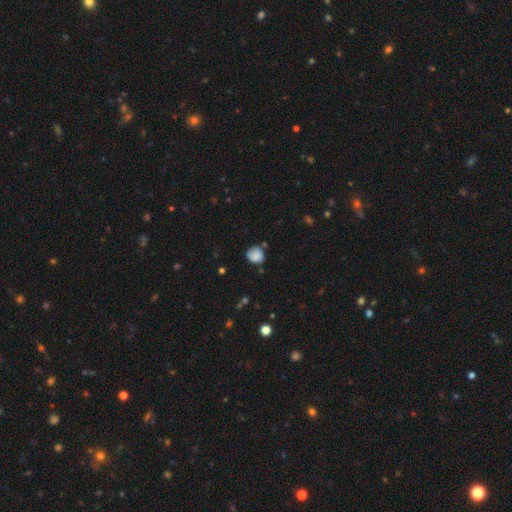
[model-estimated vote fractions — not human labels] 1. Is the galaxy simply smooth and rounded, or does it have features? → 78% smooth, 13% featured or disk, 9% star or artifact.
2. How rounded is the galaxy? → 78% round, 21% in between, 1% cigar-shaped.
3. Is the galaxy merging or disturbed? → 60% none, 29% minor disturbance, 7% major disturbance, 4% merger.